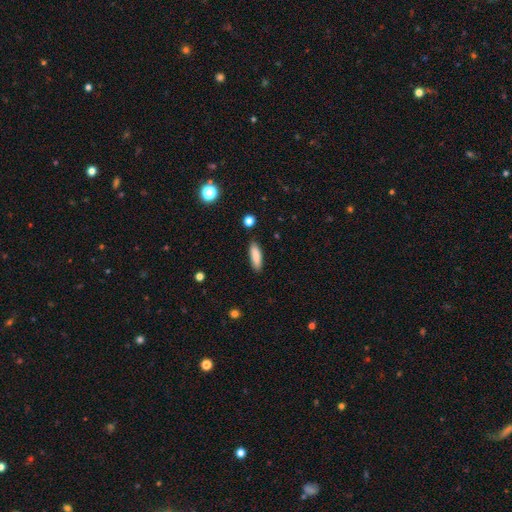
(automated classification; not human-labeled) Overall: smooth (86%). How rounded: cigar-shaped (55%; in between 43%). Merging: none (87%).